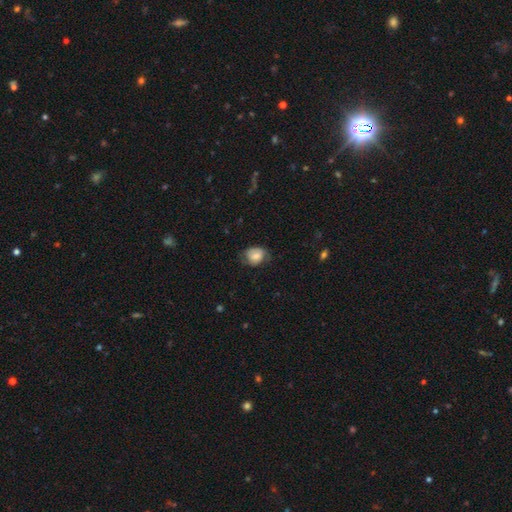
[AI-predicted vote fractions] This appears to be a smooth galaxy with no disk features (68%) that is in between round and cigar-shaped (55%). Merging: none (58%).